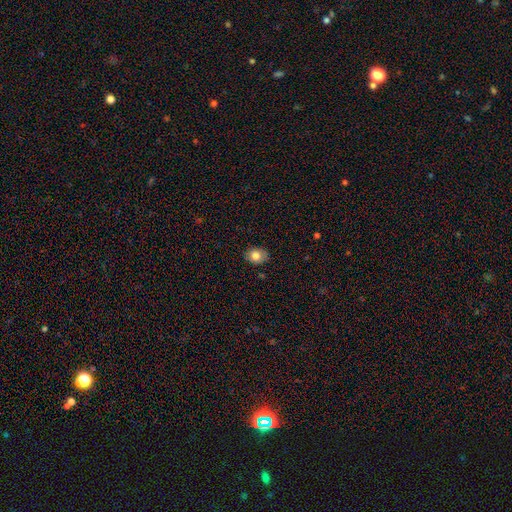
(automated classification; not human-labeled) Overall: smooth (81%). How rounded: in between (57%; round 42%). Merging: none (83%).